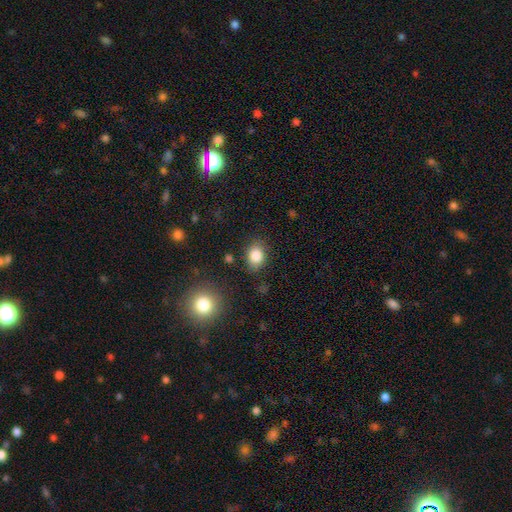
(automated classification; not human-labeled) Q: Smooth or featured?
A: smooth (84%); runner-up: star or artifact (10%)
Q: How rounded?
A: in between (62%); runner-up: round (37%)
Q: Merging?
A: none (80%); runner-up: minor disturbance (14%)